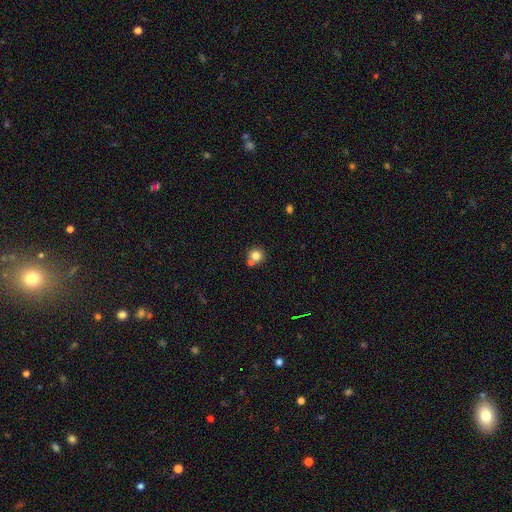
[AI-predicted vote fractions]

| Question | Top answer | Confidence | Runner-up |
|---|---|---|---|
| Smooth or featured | smooth | 80% | star or artifact (11%) |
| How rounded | round | 91% | in between (8%) |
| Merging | none | 61% | merger (28%) |